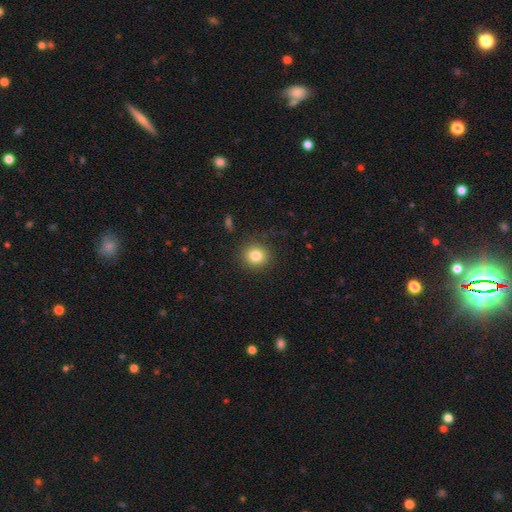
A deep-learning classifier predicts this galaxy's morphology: This appears to be a smooth galaxy with no disk features (82%) that is round (87%). Merging: none (89%).